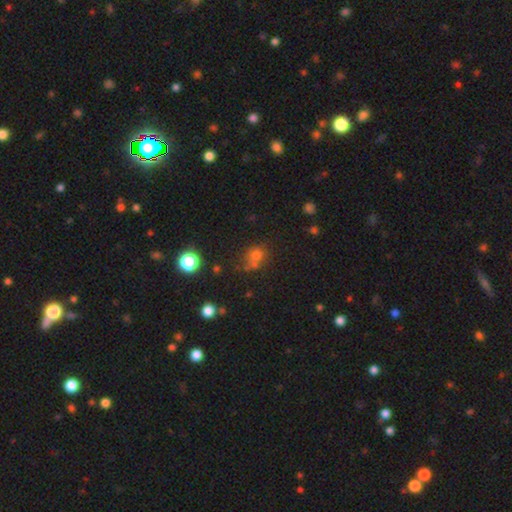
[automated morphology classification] smooth-or-featured: smooth: 65% | star or artifact: 24% | featured or disk: 11%
  how-rounded: round: 74% | in between: 25% | cigar-shaped: 1%
  merging: none: 52% | merger: 29% | minor disturbance: 13% | major disturbance: 6%